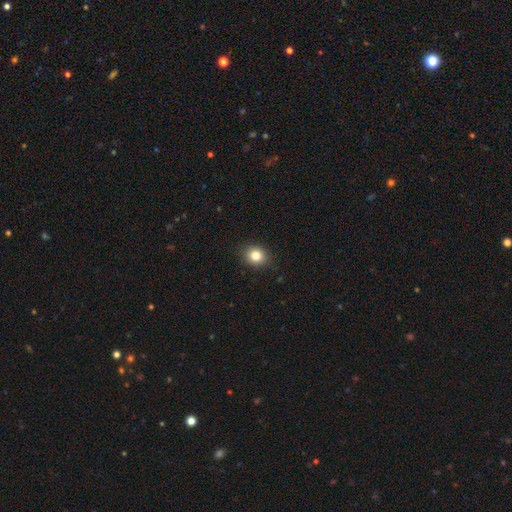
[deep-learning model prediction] This appears to be a smooth galaxy with no disk features (83%) that is round (72%). Merging: none (89%).